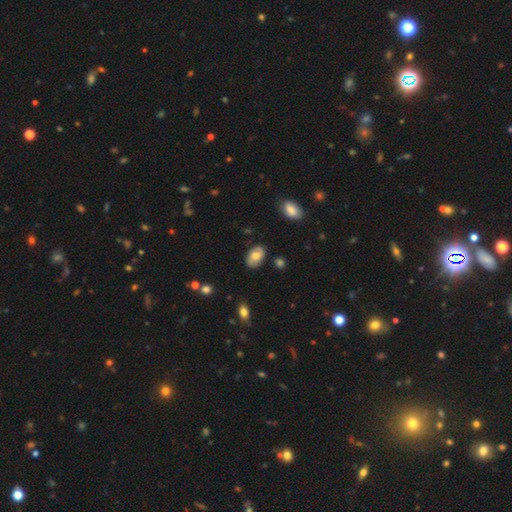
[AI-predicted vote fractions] Morphology: type=smooth (58%); roundness=in between (89%); merging=none (80%).